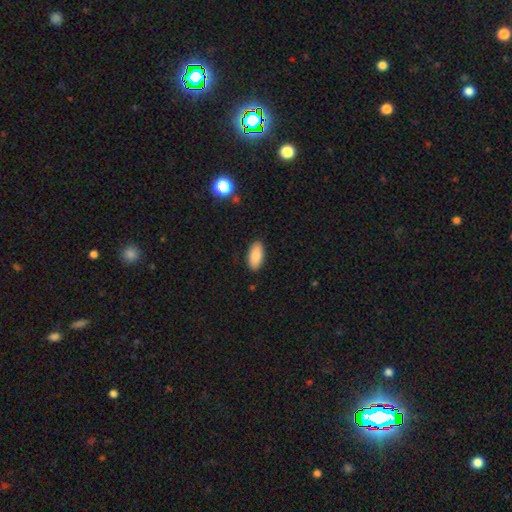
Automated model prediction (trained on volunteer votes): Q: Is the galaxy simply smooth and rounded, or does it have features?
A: smooth — 88%.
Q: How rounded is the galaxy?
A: in between — 91%.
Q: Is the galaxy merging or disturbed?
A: none — 89%.